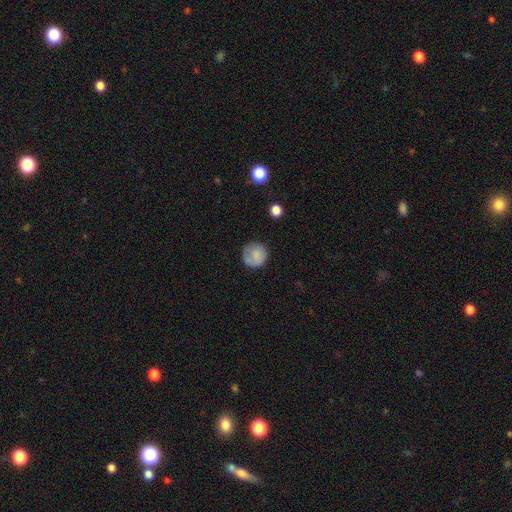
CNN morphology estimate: This is clearly a smooth galaxy (80%). How rounded: clearly round (92%). Merging: likely none (74%).